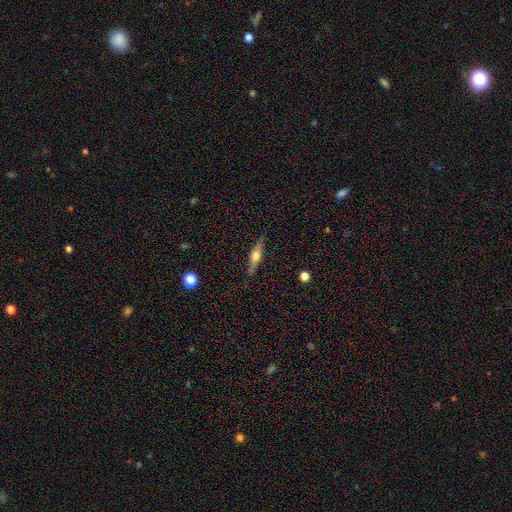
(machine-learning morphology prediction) featured or disk 63%, smooth 31%, star or artifact 7%. Down the decision tree: edge-on disk — yes (95%); edge-on bulge — rounded (90%); merging — none (85%).